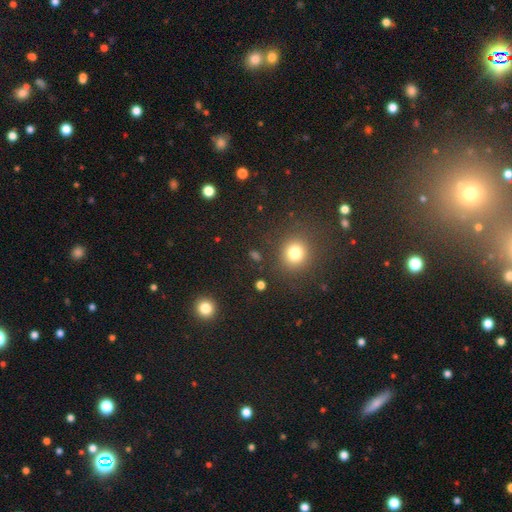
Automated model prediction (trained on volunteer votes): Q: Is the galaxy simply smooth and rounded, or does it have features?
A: smooth — 69%.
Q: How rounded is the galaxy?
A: round — 88%.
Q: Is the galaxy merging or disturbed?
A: none — 89%.